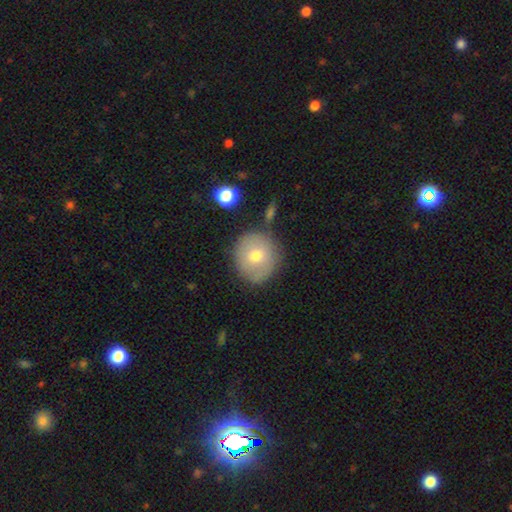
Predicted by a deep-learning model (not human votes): Morphology: type=smooth (69%); roundness=round (89%); merging=none (77%).